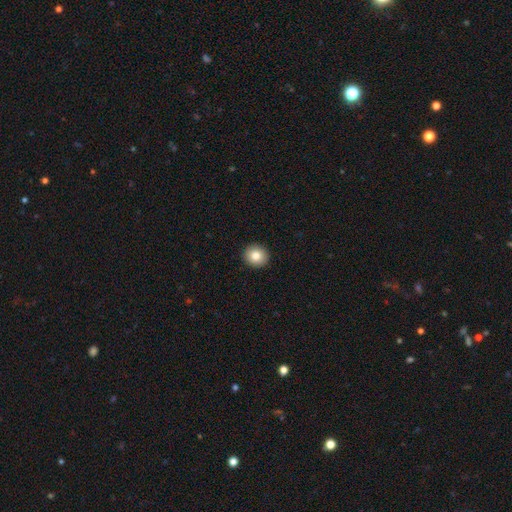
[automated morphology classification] Overall: smooth (82%). How rounded: round (90%). Merging: none (93%).